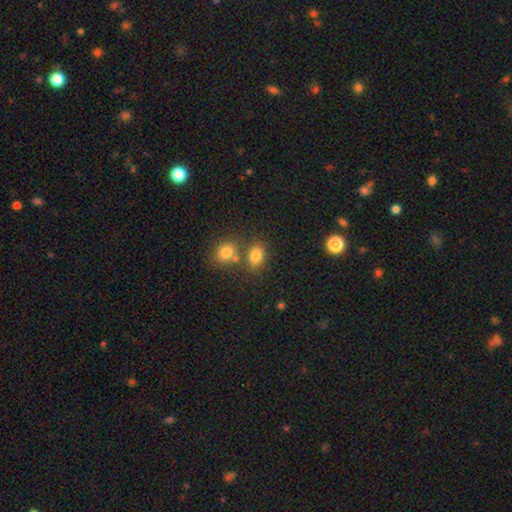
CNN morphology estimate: The model was most divided on "how rounded": in between: 59%, round: 39%, cigar-shaped: 1%. More confident: smooth or featured — smooth (80%); merging — none (60%).